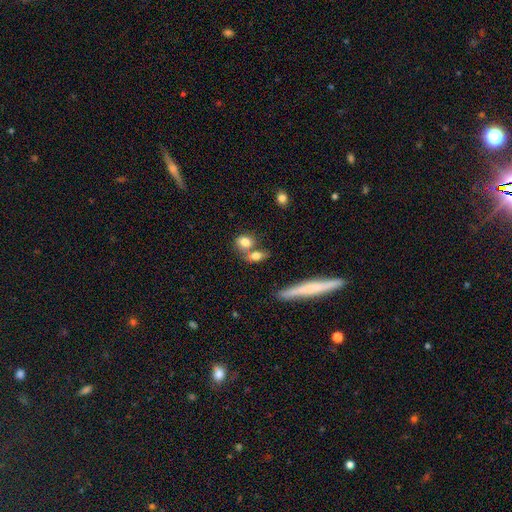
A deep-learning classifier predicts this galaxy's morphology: This appears to be a smooth galaxy with no disk features (75%) that is in between round and cigar-shaped (57%). Merging: none (43%).